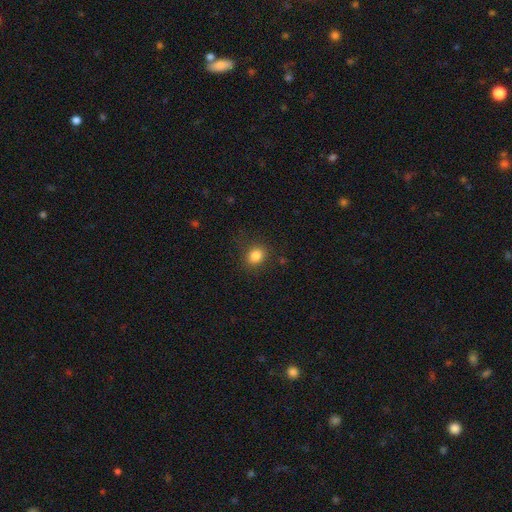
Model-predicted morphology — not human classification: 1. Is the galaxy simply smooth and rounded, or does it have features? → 84% smooth, 11% star or artifact, 5% featured or disk.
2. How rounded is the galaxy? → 61% round, 38% in between, 1% cigar-shaped.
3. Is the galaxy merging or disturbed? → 84% none, 11% minor disturbance, 4% major disturbance, 1% merger.